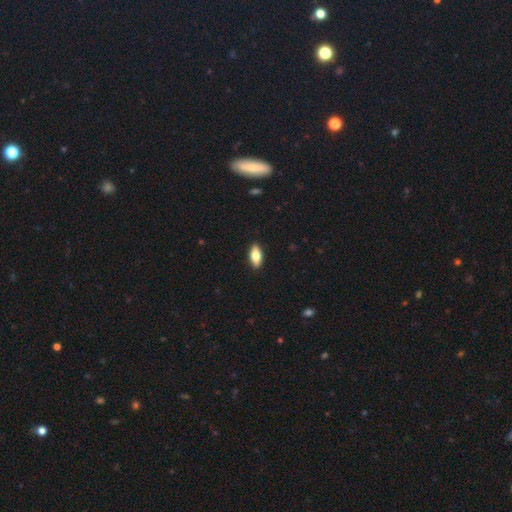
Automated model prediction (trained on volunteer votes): Smooth or featured?
  - smooth: 71% *
  - featured or disk: 23%
  - star or artifact: 6%
How rounded?
  - in between: 81% *
  - cigar-shaped: 16%
  - round: 3%
Merging?
  - none: 90% *
  - minor disturbance: 7%
  - major disturbance: 2%
  - merger: 1%